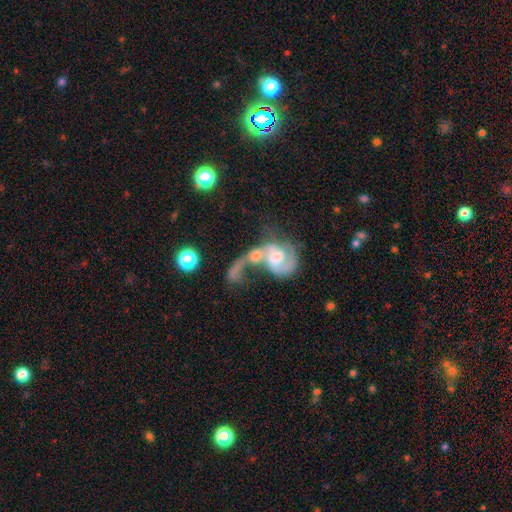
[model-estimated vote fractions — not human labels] A featured or disk galaxy (69%) with no bar (50%), 2 (50%) loose (54%) spiral arms (80%) and a moderate central bulge (45%). Merging: merger (68%).